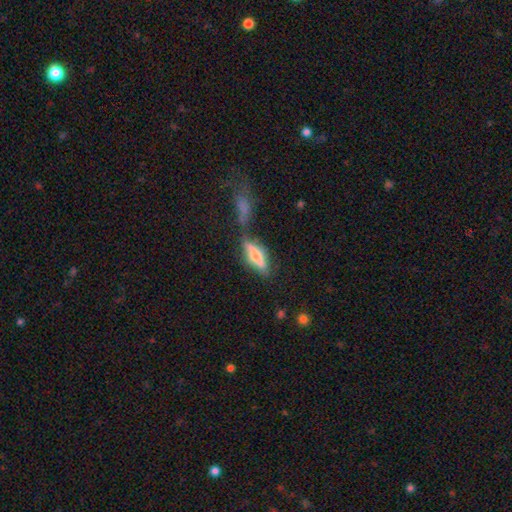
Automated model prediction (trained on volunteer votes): smooth 47%, featured or disk 44%, star or artifact 9%. Down the decision tree: merging — none (52%).